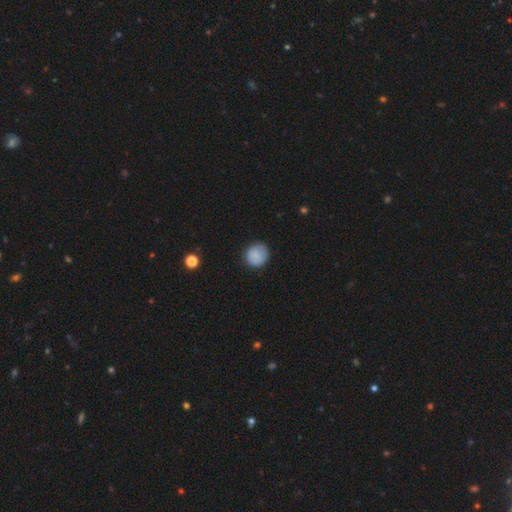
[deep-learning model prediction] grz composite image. It shows a smooth galaxy with no disk features (86%) that is round (85%). Merging: none (82%).